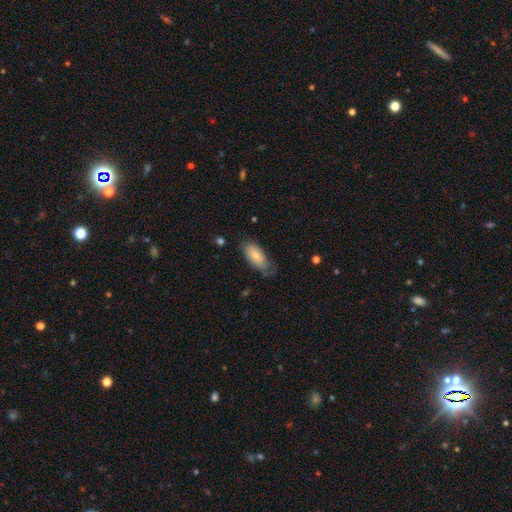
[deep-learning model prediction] Smooth or featured? smooth (80%)
How rounded? in between (88%)
Merging? none (58%)